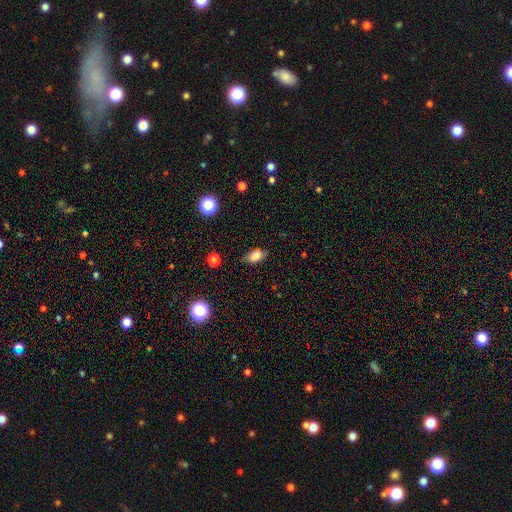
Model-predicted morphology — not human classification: Smooth or featured? Predicted: smooth (p=0.82). How rounded? Predicted: in between (p=0.87). Merging? Predicted: none (p=0.77).